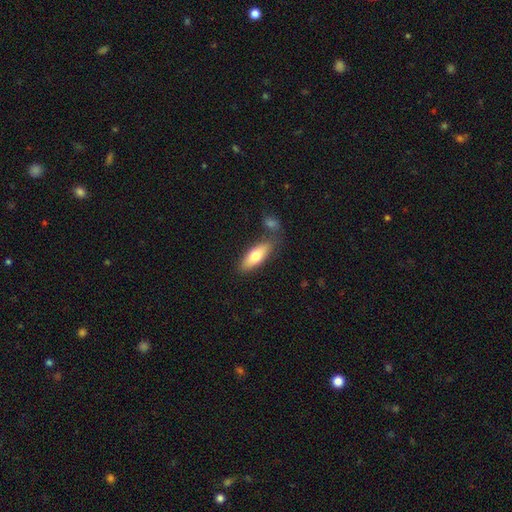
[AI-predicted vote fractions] smooth 72%, featured or disk 22%, star or artifact 6%. Down the decision tree: how rounded — in between (66%); merging — none (71%).